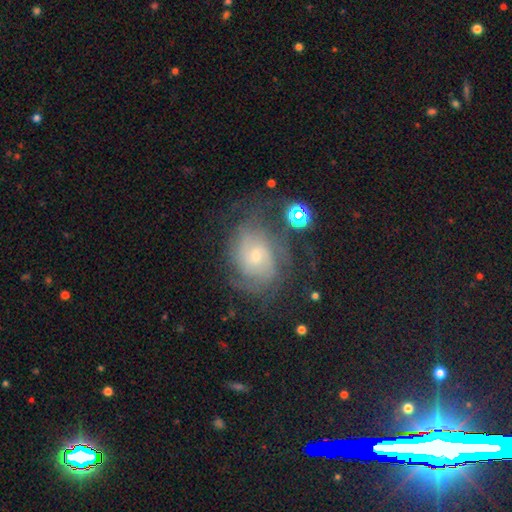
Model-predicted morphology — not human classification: Smooth or featured? featured or disk (73%)
Edge-on disk? no (97%)
Bar? no (69%)
Spiral arms? yes (90%)
Spiral winding? tight (53%)
Spiral arm count? can't tell (45%)
Bulge size? small (65%)
Merging? none (59%)